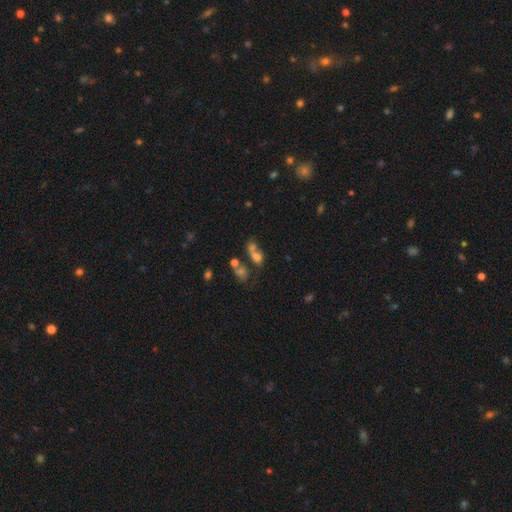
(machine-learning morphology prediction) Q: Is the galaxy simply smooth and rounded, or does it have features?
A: smooth — 61%.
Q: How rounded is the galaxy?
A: in between — 64%.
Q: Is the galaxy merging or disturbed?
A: merger — 54%.